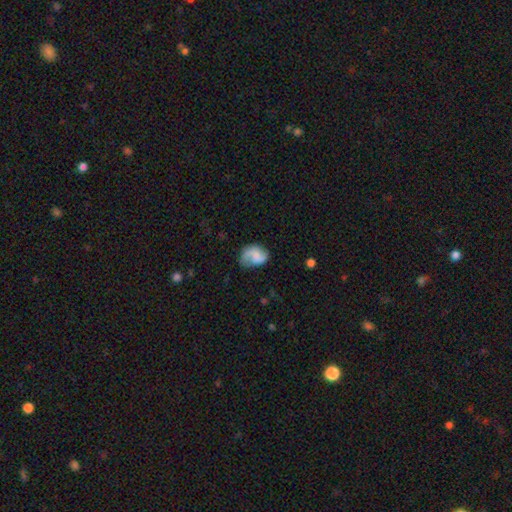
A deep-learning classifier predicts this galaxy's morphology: type=featured or disk (51%); edge-on=no (98%); merging=none (57%).